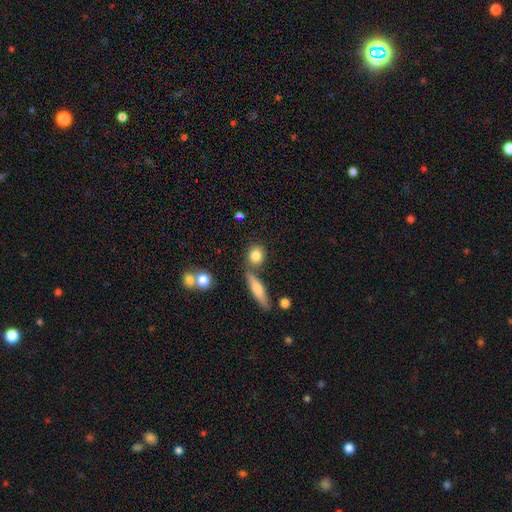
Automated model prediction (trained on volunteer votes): smooth 81%, featured or disk 11%, star or artifact 9%. Down the decision tree: how rounded — round (71%); merging — none (70%).